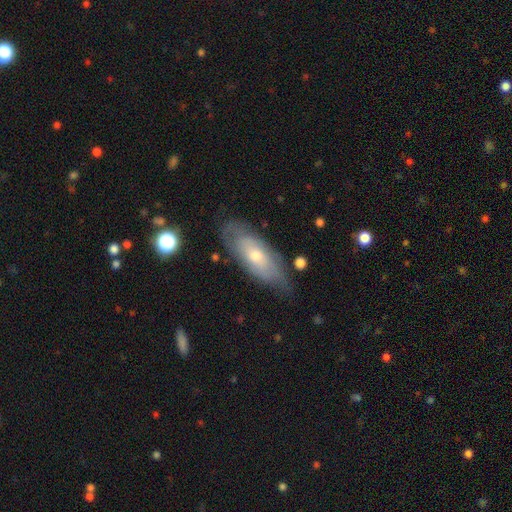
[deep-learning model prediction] A featured or disk galaxy (50%).

Vote fractions:
- Smooth or featured? featured or disk: 50% / smooth: 43% / star or artifact: 7%
- Edge-on disk? no: 78% / yes: 22%
- Merging? none: 69% / minor disturbance: 23% / major disturbance: 6% / merger: 2%